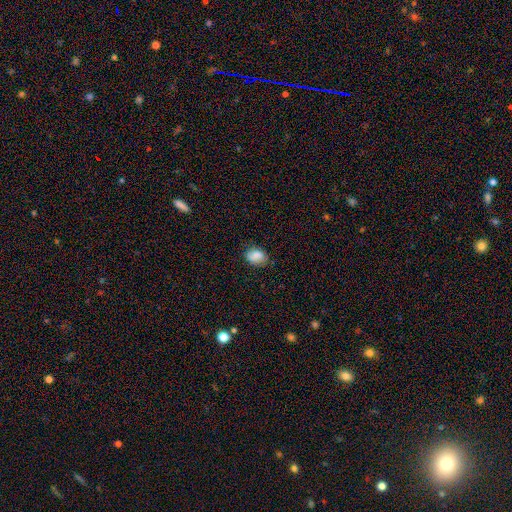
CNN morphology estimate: Overall: smooth (84%). How rounded: in between (74%). Merging: none (74%).